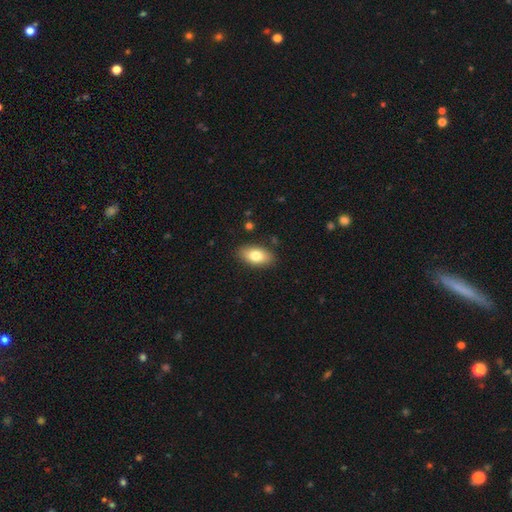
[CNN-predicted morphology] This is likely a smooth galaxy (77%). How rounded: clearly in between (90%). Merging: clearly none (87%).